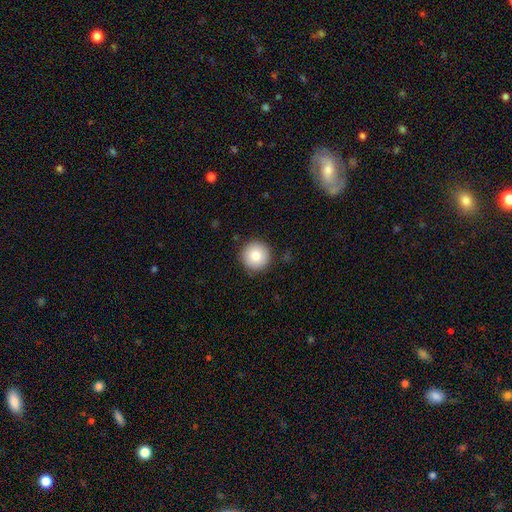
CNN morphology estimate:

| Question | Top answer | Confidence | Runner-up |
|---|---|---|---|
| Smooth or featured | smooth | 85% | star or artifact (8%) |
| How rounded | round | 96% | in between (3%) |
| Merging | none | 90% | minor disturbance (7%) |